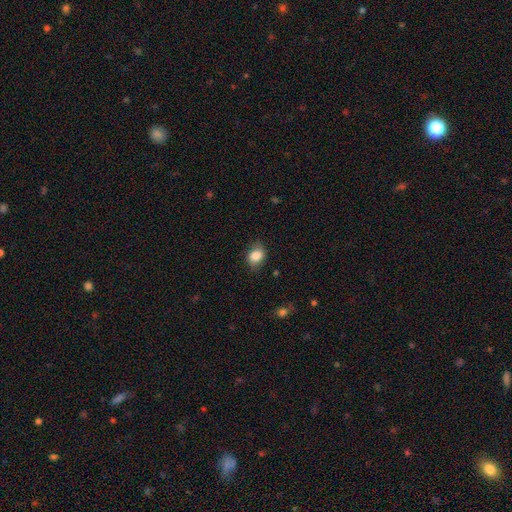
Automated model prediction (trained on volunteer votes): Smooth or featured?
  - smooth: 85% *
  - star or artifact: 8%
  - featured or disk: 7%
How rounded?
  - in between: 55% *
  - round: 44%
  - cigar-shaped: 1%
Merging?
  - none: 72% *
  - minor disturbance: 21%
  - major disturbance: 5%
  - merger: 1%